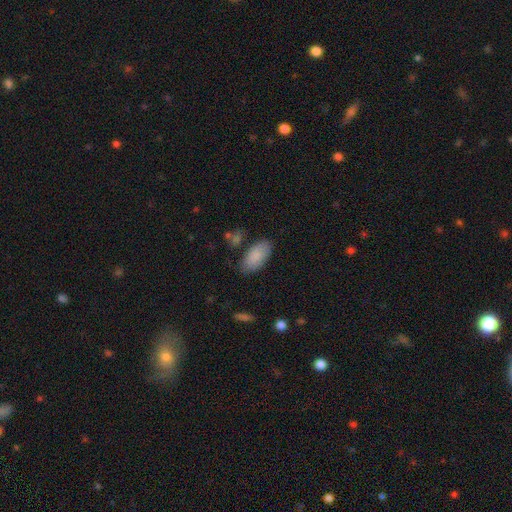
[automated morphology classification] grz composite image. It shows a smooth galaxy with no disk features (87%) that is in between round and cigar-shaped (93%). Merging: none (78%).